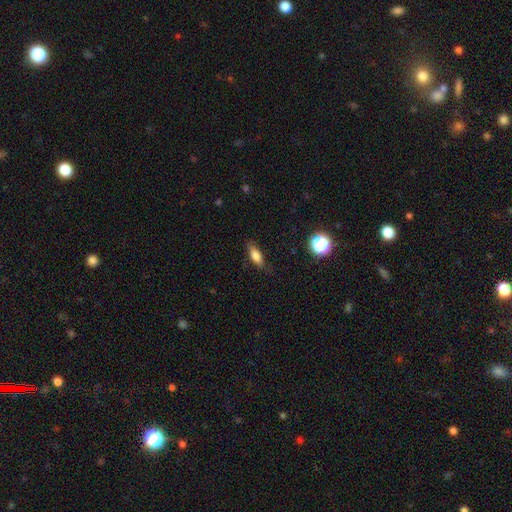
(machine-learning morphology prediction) Smooth or featured: smooth — 76% (featured or disk — 15%)
How rounded: in between — 62% (cigar-shaped — 34%)
Merging: none — 81% (minor disturbance — 14%)